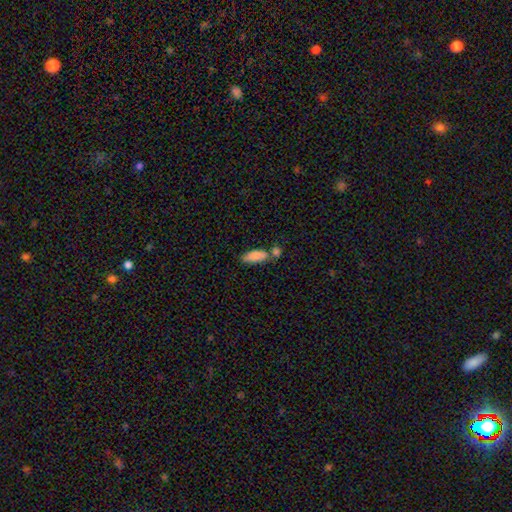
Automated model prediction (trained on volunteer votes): smooth-or-featured: smooth: 85% | featured or disk: 8% | star or artifact: 7%
  how-rounded: in between: 76% | cigar-shaped: 21% | round: 2%
  merging: none: 48% | merger: 32% | minor disturbance: 16% | major disturbance: 5%